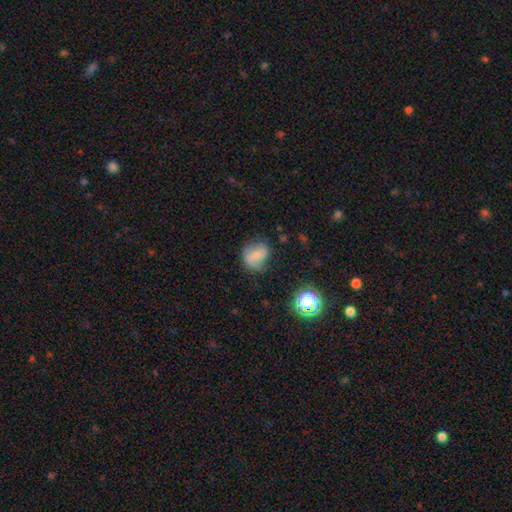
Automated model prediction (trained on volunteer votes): smooth 54%, featured or disk 34%, star or artifact 12%. Down the decision tree: how rounded — round (65%); merging — none (61%).